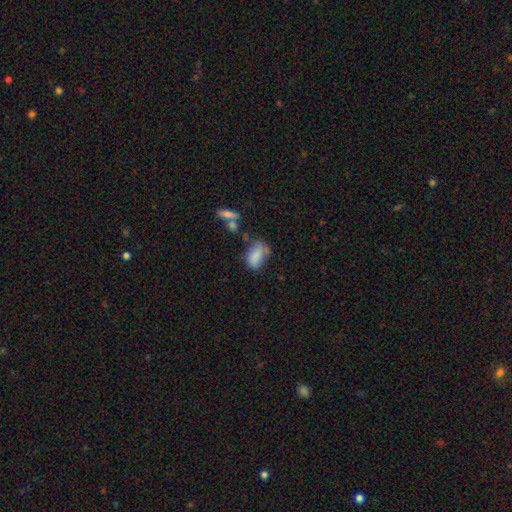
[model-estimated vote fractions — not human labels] A smooth galaxy with no disk features (77%) that is in between round and cigar-shaped (87%).

Vote fractions:
- Smooth or featured? smooth: 77% / featured or disk: 13% / star or artifact: 10%
- How rounded? in between: 87% / round: 10% / cigar-shaped: 3%
- Merging? none: 43% / minor disturbance: 31% / major disturbance: 16% / merger: 11%